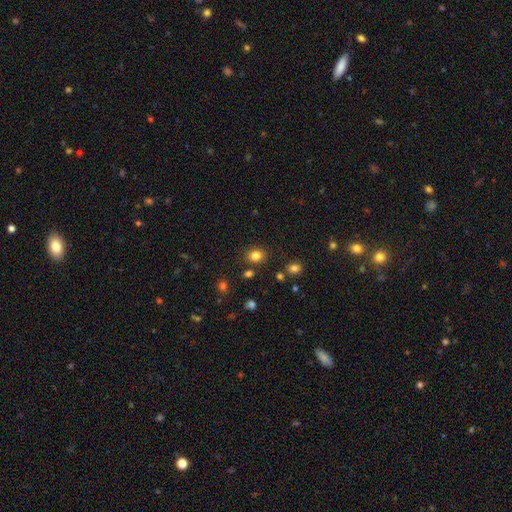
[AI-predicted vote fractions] Overall: smooth (82%). How rounded: round (69%; in between 30%). Merging: none (84%).